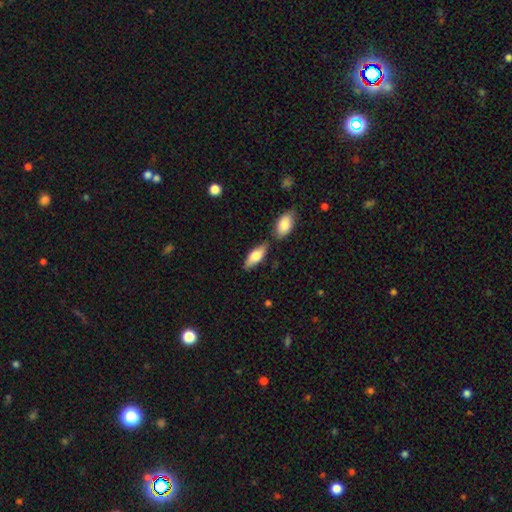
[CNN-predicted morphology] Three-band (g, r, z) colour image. It shows a smooth galaxy with no disk features (74%) that is in between round and cigar-shaped (74%). Merging: none (67%).